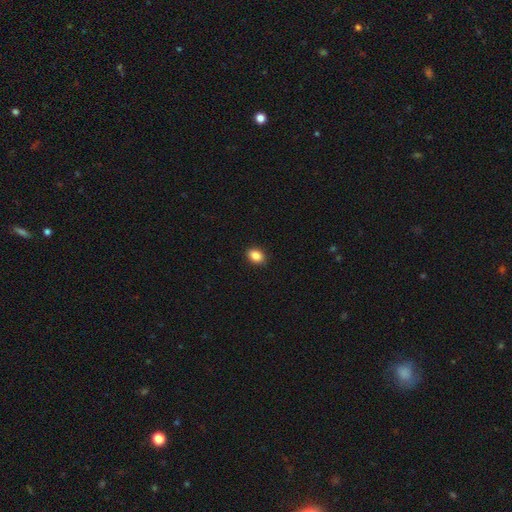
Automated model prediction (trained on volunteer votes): smooth 87%, star or artifact 9%, featured or disk 4%. Down the decision tree: how rounded — in between (72%); merging — none (91%).